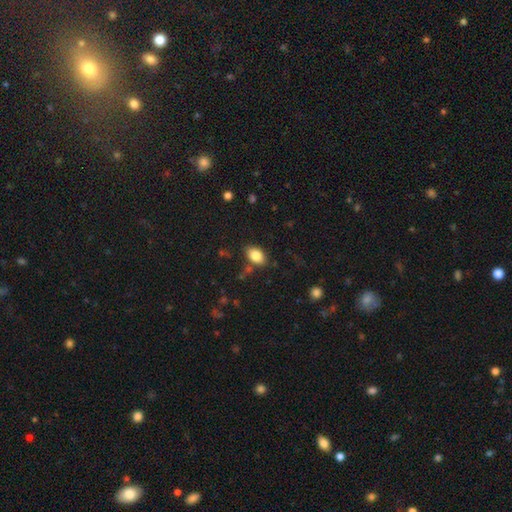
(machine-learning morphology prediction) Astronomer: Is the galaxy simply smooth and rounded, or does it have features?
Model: smooth — 85%.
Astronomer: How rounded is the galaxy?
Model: in between — 87%.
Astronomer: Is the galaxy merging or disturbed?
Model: none — 81%.